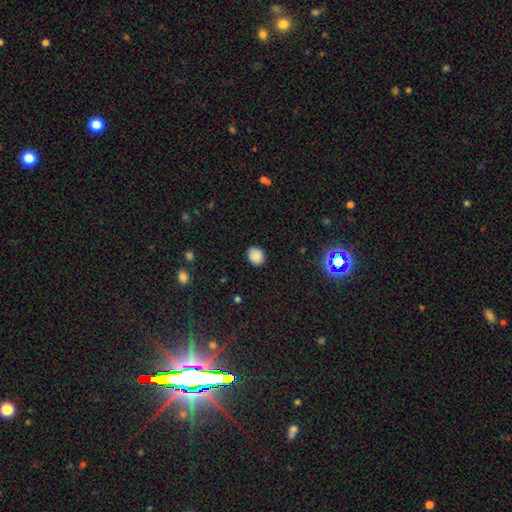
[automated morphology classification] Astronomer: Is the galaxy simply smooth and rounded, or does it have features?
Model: smooth — 86%.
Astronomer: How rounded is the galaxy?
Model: round — 74%.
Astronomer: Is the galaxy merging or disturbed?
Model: none — 88%.